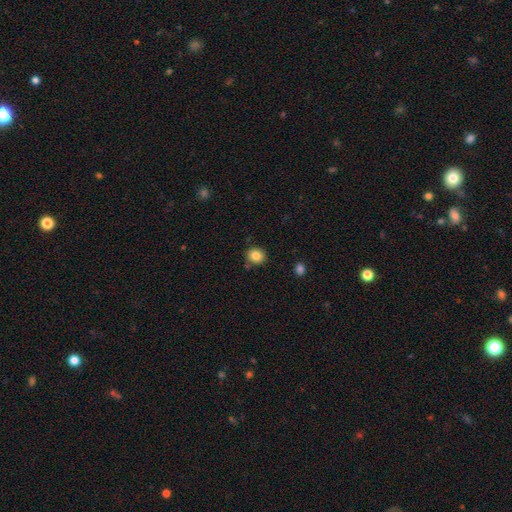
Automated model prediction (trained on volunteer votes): smooth-or-featured: smooth: 84% | star or artifact: 10% | featured or disk: 6%
  how-rounded: round: 83% | in between: 16% | cigar-shaped: 1%
  merging: none: 83% | minor disturbance: 10% | merger: 4% | major disturbance: 2%